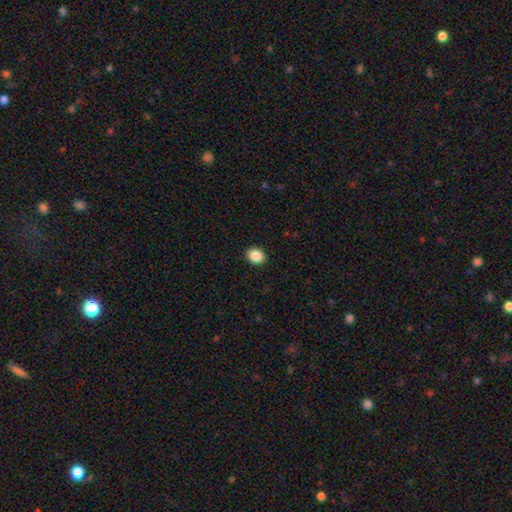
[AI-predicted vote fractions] Smooth or featured? Predicted: smooth (p=0.88). How rounded? Predicted: round (p=0.68). Merging? Predicted: none (p=0.92).